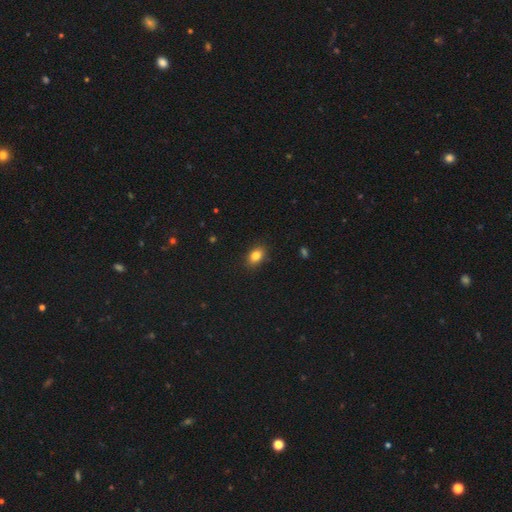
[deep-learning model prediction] smooth 84%, star or artifact 10%, featured or disk 7%. Down the decision tree: how rounded — in between (80%); merging — none (88%).